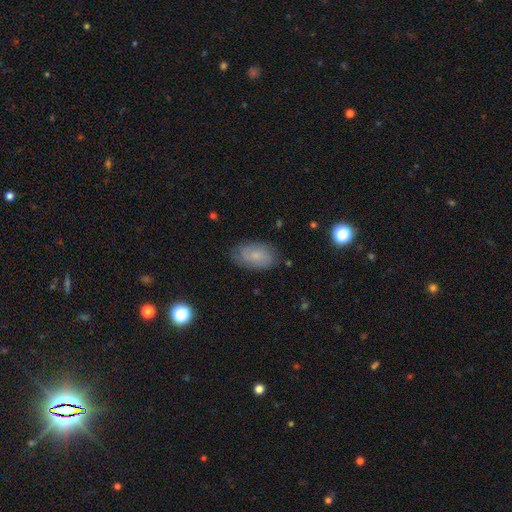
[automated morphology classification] Smooth or featured?
  - smooth: 62% *
  - featured or disk: 29%
  - star or artifact: 9%
How rounded?
  - in between: 91% *
  - round: 7%
  - cigar-shaped: 2%
Merging?
  - none: 76% *
  - minor disturbance: 18%
  - major disturbance: 4%
  - merger: 1%